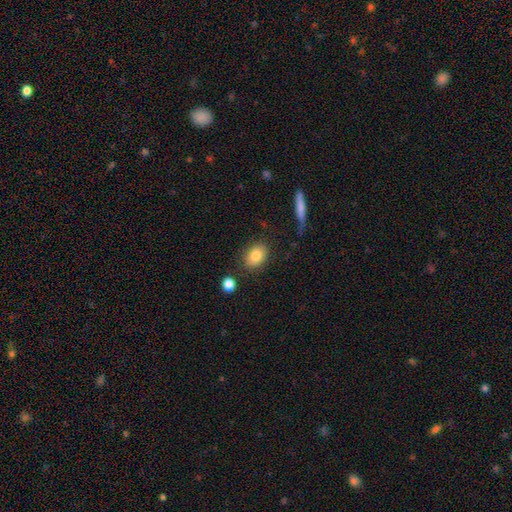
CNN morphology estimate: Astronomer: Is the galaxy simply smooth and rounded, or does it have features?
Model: smooth — 83%.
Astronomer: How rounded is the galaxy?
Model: in between — 70%.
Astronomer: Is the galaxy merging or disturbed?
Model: none — 83%.